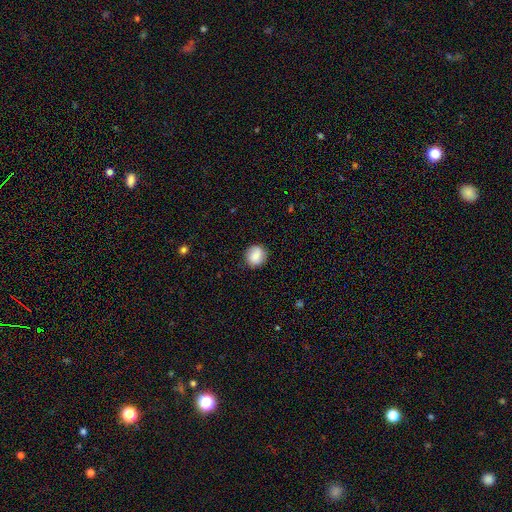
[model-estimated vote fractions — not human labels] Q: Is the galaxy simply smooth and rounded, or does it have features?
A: smooth — 84%.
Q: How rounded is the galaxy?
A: round — 86%.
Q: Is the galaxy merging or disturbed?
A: none — 85%.